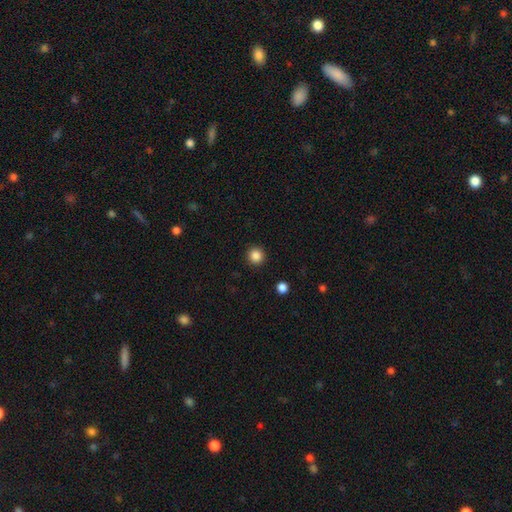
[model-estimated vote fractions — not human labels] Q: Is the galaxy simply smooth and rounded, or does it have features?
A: smooth — 86%.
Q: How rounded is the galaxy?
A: round — 95%.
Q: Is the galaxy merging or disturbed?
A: none — 93%.